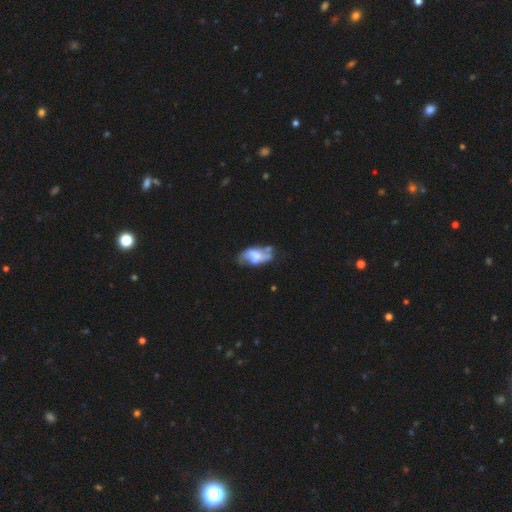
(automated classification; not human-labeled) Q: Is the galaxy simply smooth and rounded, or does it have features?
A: featured or disk — 55%.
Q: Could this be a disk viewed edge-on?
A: no — 91%.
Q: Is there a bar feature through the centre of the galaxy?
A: no — 58%.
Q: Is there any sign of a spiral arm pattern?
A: no — 55%.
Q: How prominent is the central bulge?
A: none — 32%.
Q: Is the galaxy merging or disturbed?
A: none — 37%.